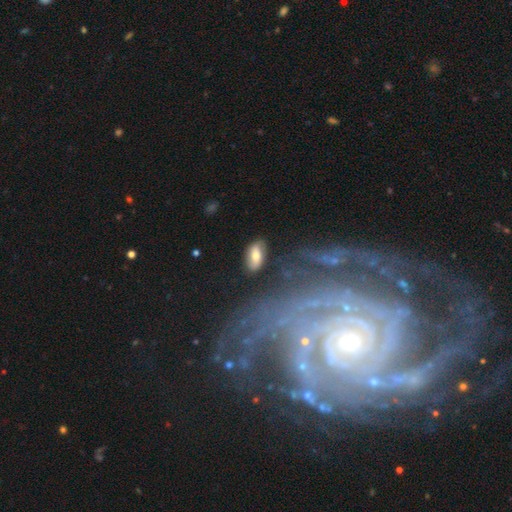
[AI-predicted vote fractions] Q: Smooth or featured?
A: smooth (62%); runner-up: featured or disk (31%)
Q: How rounded?
A: in between (88%); runner-up: cigar-shaped (8%)
Q: Merging?
A: none (80%); runner-up: minor disturbance (14%)